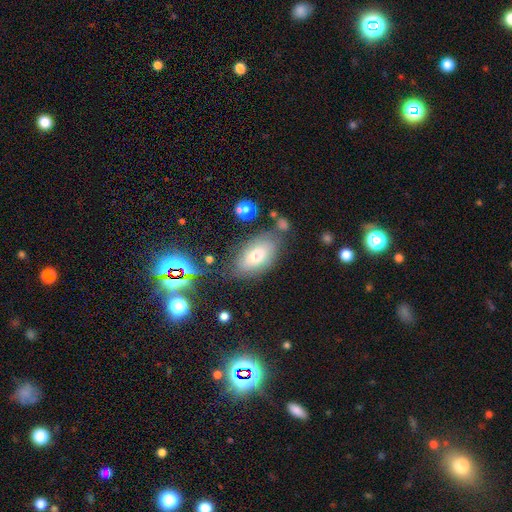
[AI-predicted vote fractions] smooth_or_featured: smooth (p=0.59) [alt: featured or disk p=0.28]
how_rounded: in between (p=0.91) [alt: round p=0.06]
merging: none (p=0.70) [alt: minor disturbance p=0.18]